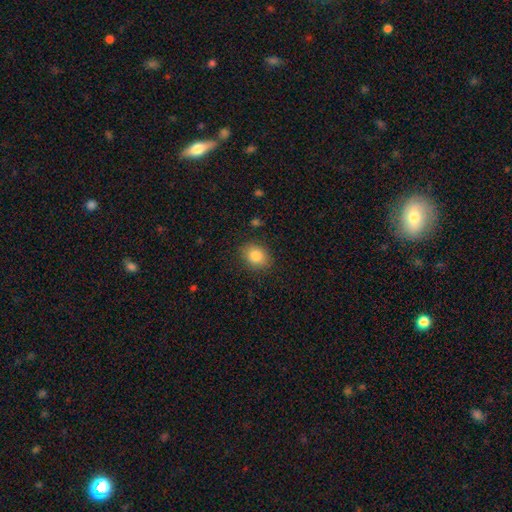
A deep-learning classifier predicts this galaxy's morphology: type=smooth (84%); roundness=round (50%); merging=none (87%).